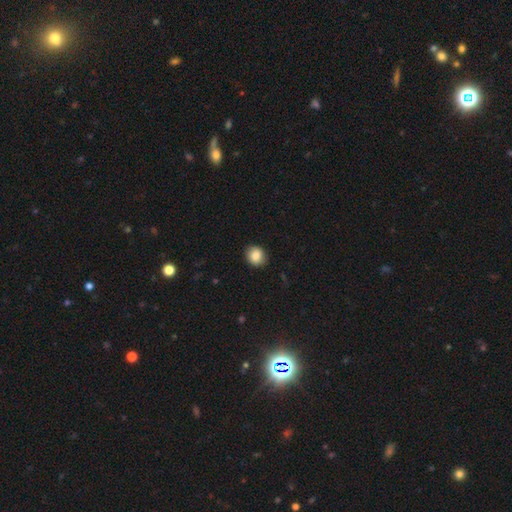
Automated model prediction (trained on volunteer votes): Smooth or featured?
  - smooth: 86% *
  - star or artifact: 8%
  - featured or disk: 5%
How rounded?
  - round: 73% *
  - in between: 26%
  - cigar-shaped: 1%
Merging?
  - none: 88% *
  - minor disturbance: 9%
  - major disturbance: 2%
  - merger: 1%